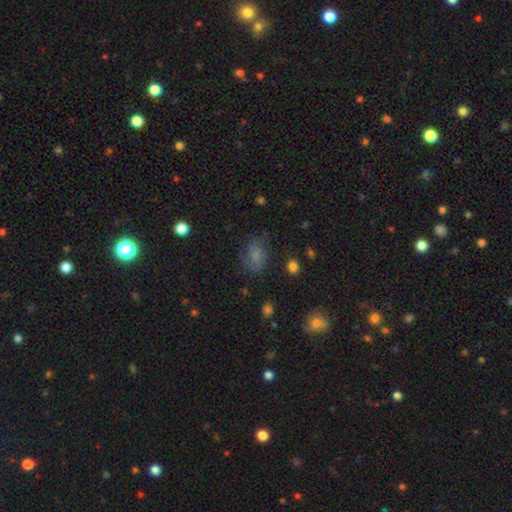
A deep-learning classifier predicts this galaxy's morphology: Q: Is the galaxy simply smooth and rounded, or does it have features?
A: smooth — 62%.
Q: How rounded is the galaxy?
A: in between — 75%.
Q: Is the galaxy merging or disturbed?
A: none — 64%.